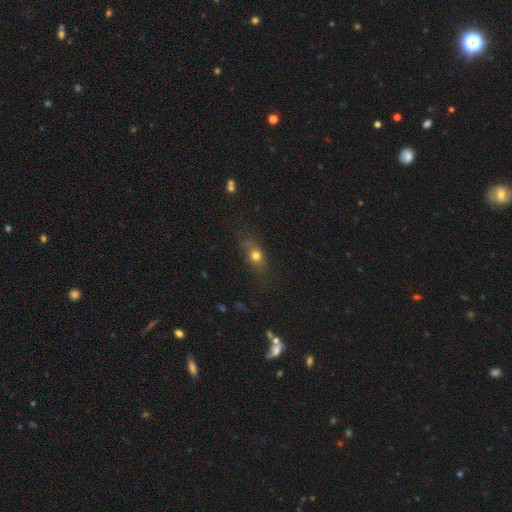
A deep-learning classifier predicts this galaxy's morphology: Smooth or featured? Predicted: smooth (p=0.67). How rounded? Predicted: in between (p=0.58). Merging? Predicted: none (p=0.67).